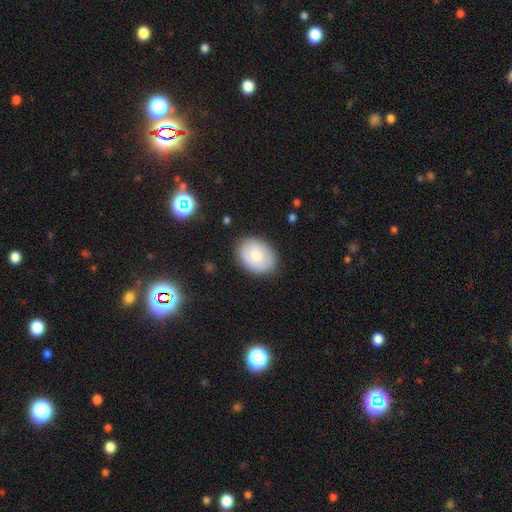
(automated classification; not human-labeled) smooth_or_featured: smooth (p=0.74) [alt: featured or disk p=0.20]
how_rounded: in between (p=0.66) [alt: round p=0.34]
merging: none (p=0.85) [alt: minor disturbance p=0.11]